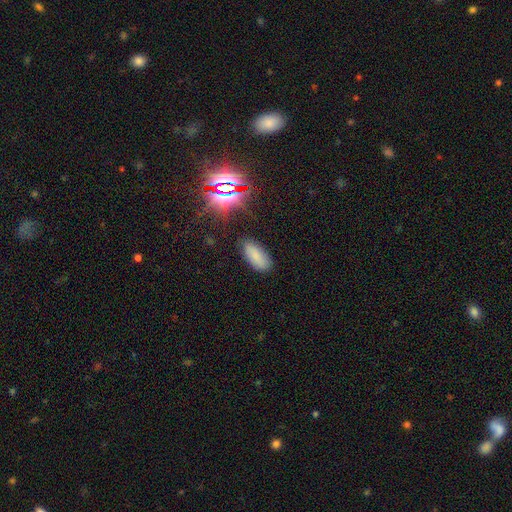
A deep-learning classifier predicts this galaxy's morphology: Overall: smooth (76%). How rounded: in between (87%). Merging: none (84%).